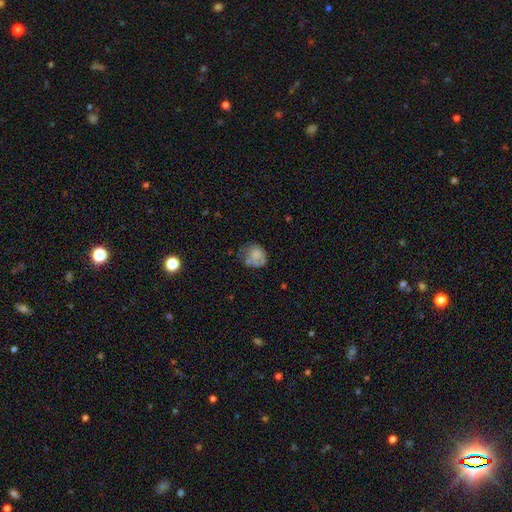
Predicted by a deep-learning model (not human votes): Smooth or featured?
  - smooth: 66% *
  - featured or disk: 23%
  - star or artifact: 10%
How rounded?
  - round: 65% *
  - in between: 34%
  - cigar-shaped: 1%
Merging?
  - none: 41% *
  - minor disturbance: 34%
  - major disturbance: 21%
  - merger: 5%